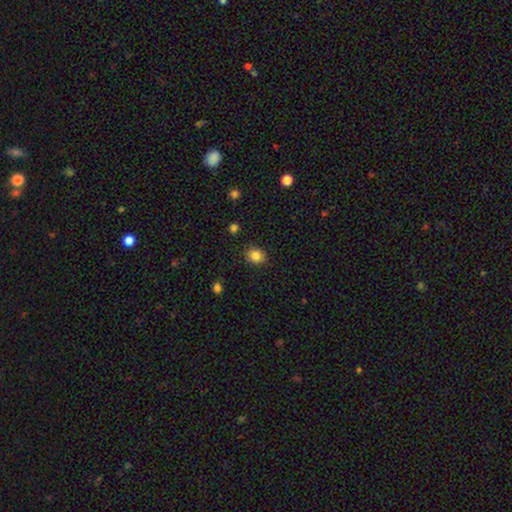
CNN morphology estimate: A smooth galaxy with no disk features (84%) that is round (69%). Merging: none (88%).